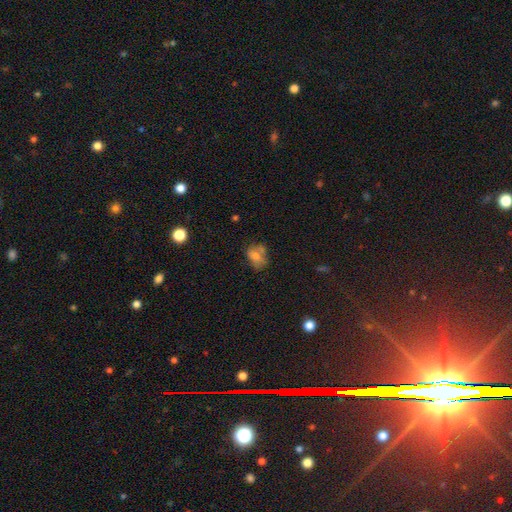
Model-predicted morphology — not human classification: type=smooth (67%); roundness=in between (63%); merging=none (47%).